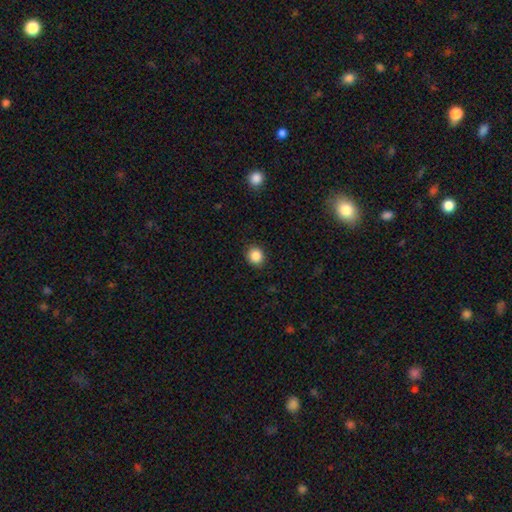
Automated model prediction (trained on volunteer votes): smooth-or-featured: smooth: 87% | star or artifact: 10% | featured or disk: 4%
  how-rounded: round: 78% | in between: 21% | cigar-shaped: 1%
  merging: none: 89% | minor disturbance: 8% | major disturbance: 2% | merger: 1%